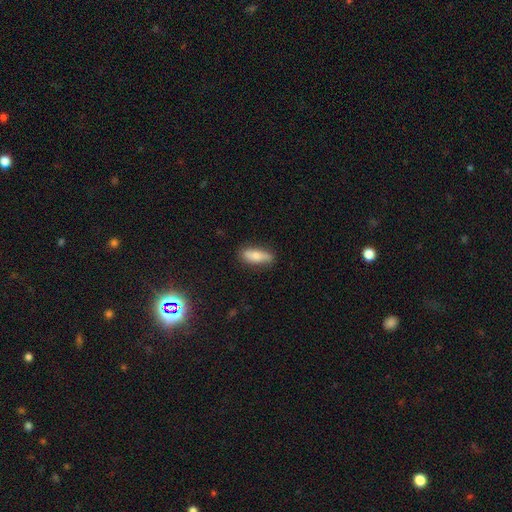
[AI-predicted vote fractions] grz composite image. It shows a smooth galaxy with no disk features (70%) that is in between round and cigar-shaped (63%). Merging: none (77%).